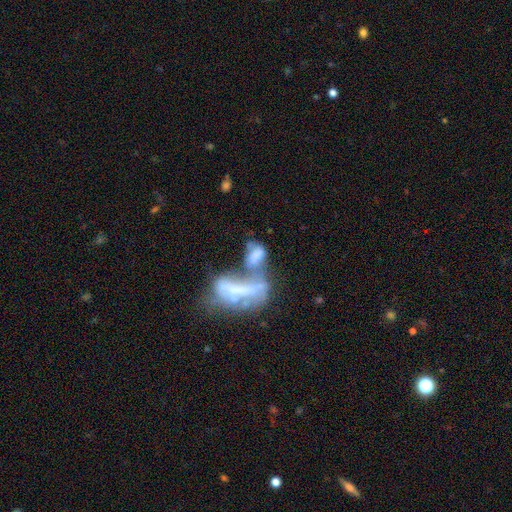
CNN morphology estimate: A smooth galaxy with no disk features (47%). Merging: merger (71%).